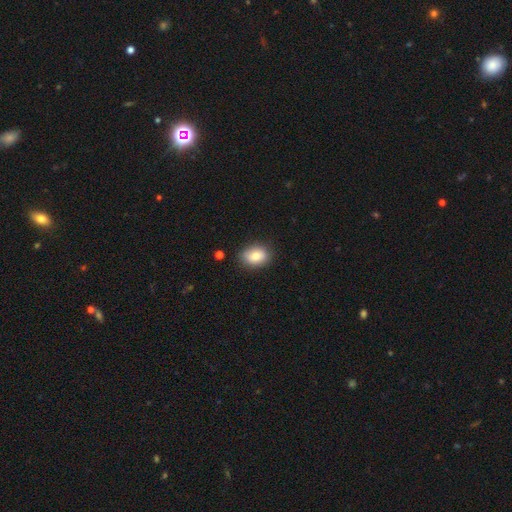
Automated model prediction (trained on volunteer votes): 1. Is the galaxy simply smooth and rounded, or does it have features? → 80% smooth, 12% featured or disk, 8% star or artifact.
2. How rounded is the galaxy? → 70% in between, 28% round, 1% cigar-shaped.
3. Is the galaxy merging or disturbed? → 85% none, 11% minor disturbance, 2% major disturbance, 1% merger.